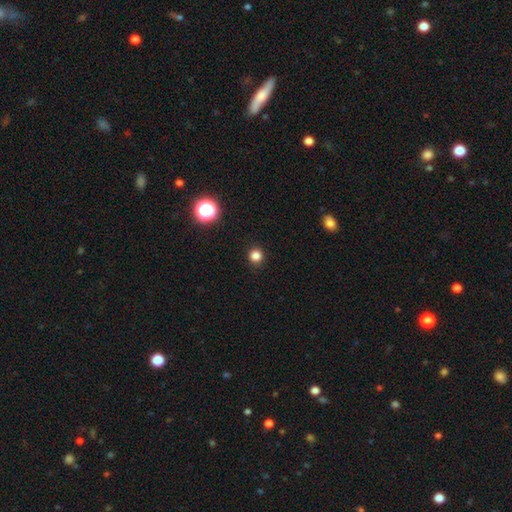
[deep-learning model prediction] Q: Smooth or featured?
A: smooth (82%); runner-up: star or artifact (15%)
Q: How rounded?
A: round (94%); runner-up: in between (5%)
Q: Merging?
A: none (92%); runner-up: minor disturbance (5%)